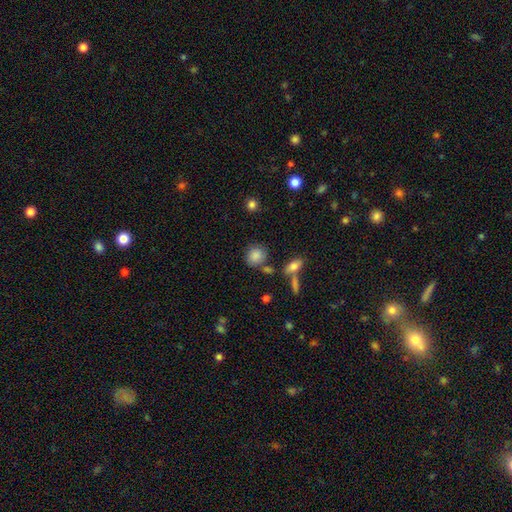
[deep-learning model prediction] Morphology: type=smooth (84%); roundness=round (77%); merging=none (71%).